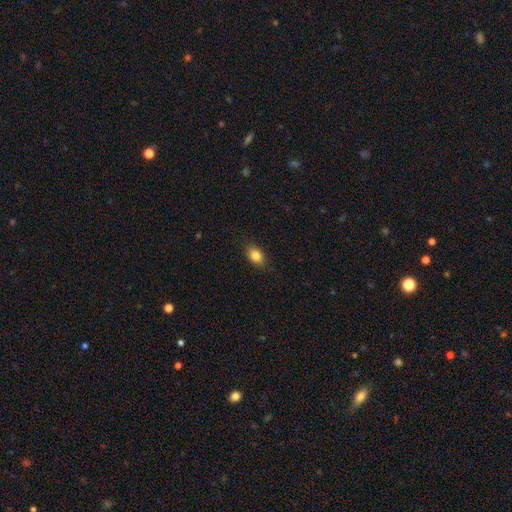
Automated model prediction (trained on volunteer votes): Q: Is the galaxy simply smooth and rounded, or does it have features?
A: smooth — 83%.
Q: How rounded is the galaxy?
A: in between — 81%.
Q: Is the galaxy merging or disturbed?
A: none — 86%.